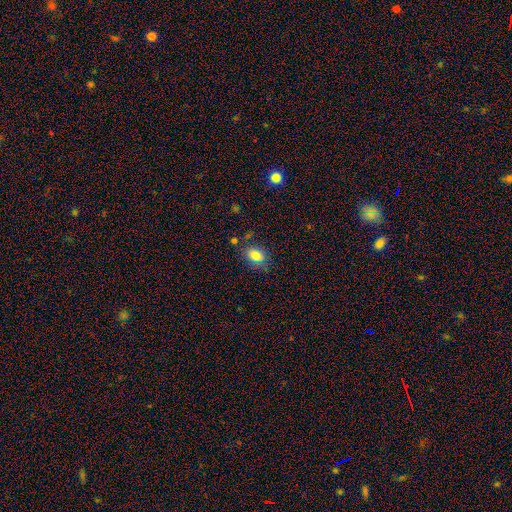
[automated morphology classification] This is likely a smooth galaxy (79%). How rounded: likely in between (69%). Merging: likely none (77%).